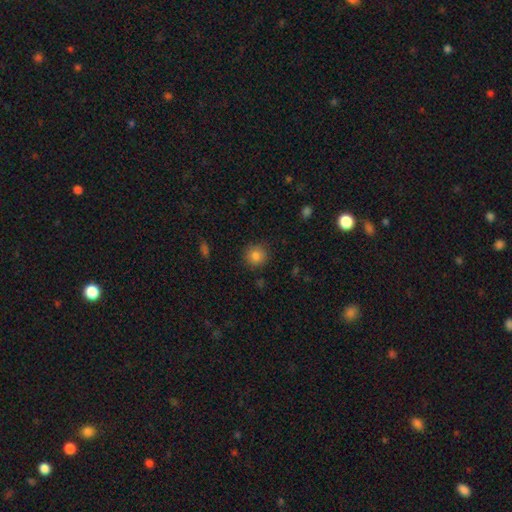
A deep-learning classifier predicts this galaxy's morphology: smooth 84%, star or artifact 10%, featured or disk 6%. Down the decision tree: how rounded — round (92%); merging — none (88%).